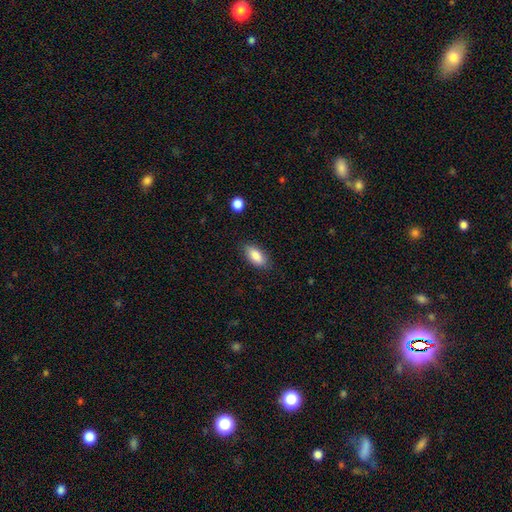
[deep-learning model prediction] This is clearly a smooth galaxy (87%). How rounded: clearly in between (90%). Merging: clearly none (83%).